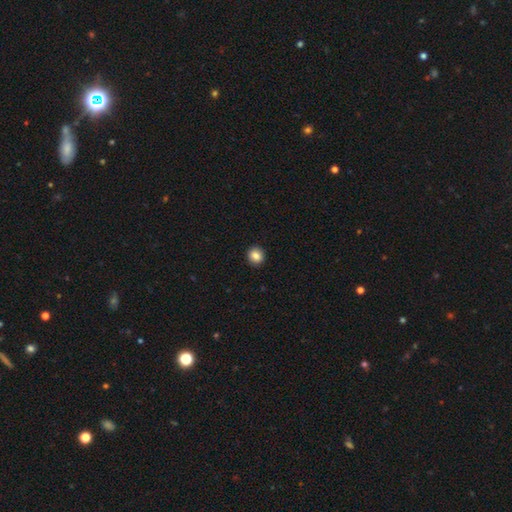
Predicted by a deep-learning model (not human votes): Smooth or featured: smooth — 85% (star or artifact — 9%)
How rounded: round — 87% (in between — 13%)
Merging: none — 93% (minor disturbance — 5%)